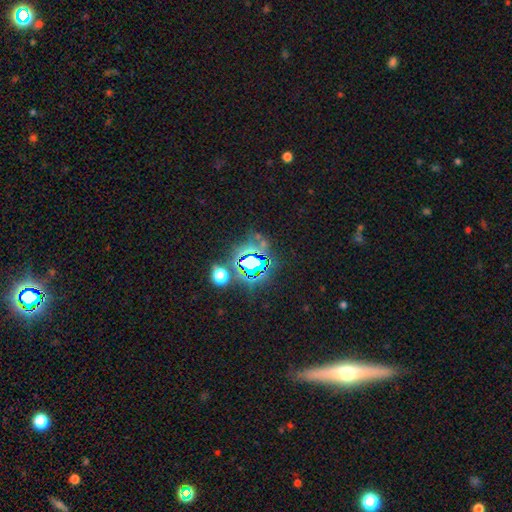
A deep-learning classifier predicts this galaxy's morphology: Smooth or featured?
  - star or artifact: 74% *
  - smooth: 15%
  - featured or disk: 10%